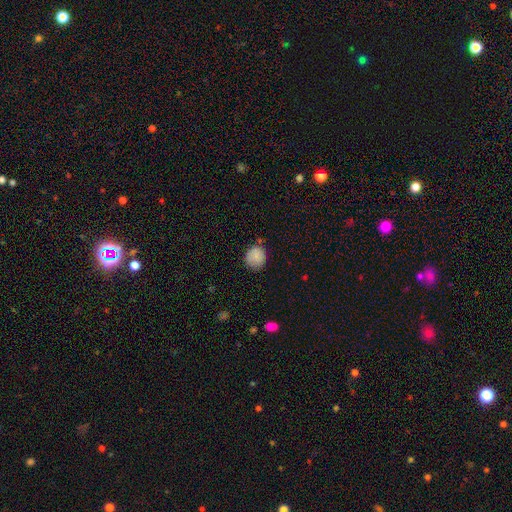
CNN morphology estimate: smooth-or-featured: smooth: 85% | star or artifact: 8% | featured or disk: 7%
  how-rounded: round: 85% | in between: 14% | cigar-shaped: 1%
  merging: none: 75% | minor disturbance: 18% | major disturbance: 4% | merger: 3%